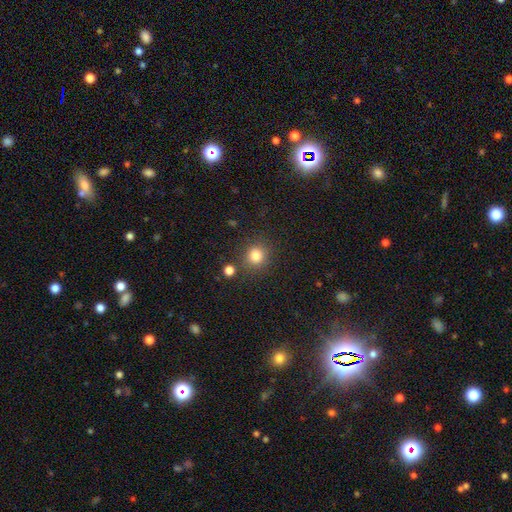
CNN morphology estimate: smooth_or_featured: smooth (p=0.82) [alt: star or artifact p=0.13]
how_rounded: round (p=0.88) [alt: in between p=0.11]
merging: none (p=0.82) [alt: minor disturbance p=0.09]